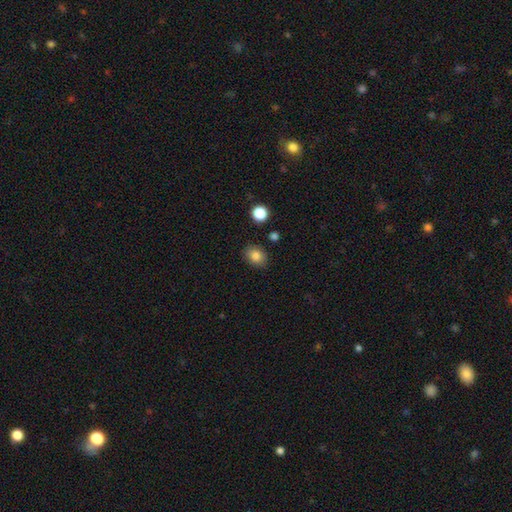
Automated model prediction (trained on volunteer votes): Smooth or featured? Predicted: smooth (p=0.84). How rounded? Predicted: in between (p=0.55). Merging? Predicted: none (p=0.85).